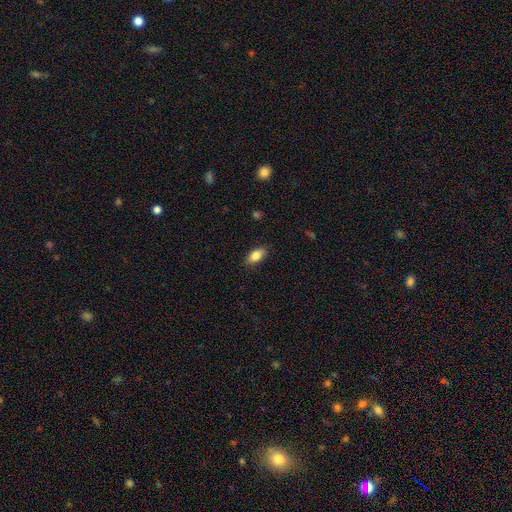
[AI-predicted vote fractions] A smooth galaxy with no disk features (82%) that is in between round and cigar-shaped (89%).

Vote fractions:
- Smooth or featured? smooth: 82% / featured or disk: 10% / star or artifact: 7%
- How rounded? in between: 89% / cigar-shaped: 7% / round: 5%
- Merging? none: 87% / minor disturbance: 10% / major disturbance: 2% / merger: 1%